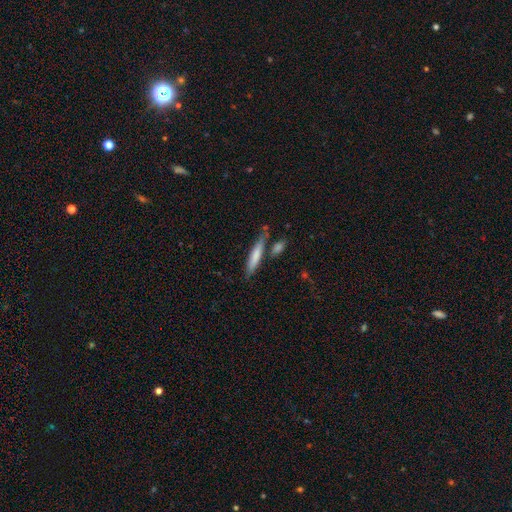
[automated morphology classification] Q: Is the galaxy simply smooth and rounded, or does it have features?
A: smooth — 71%.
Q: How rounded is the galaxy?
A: cigar-shaped — 88%.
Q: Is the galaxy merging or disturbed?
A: none — 68%.